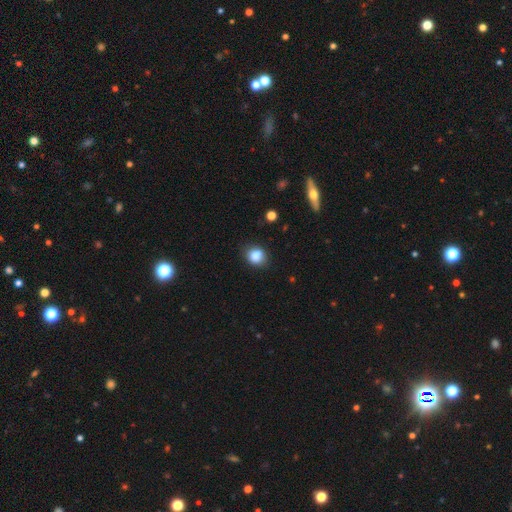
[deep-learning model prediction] Smooth or featured? smooth (84%)
How rounded? round (64%)
Merging? none (71%)